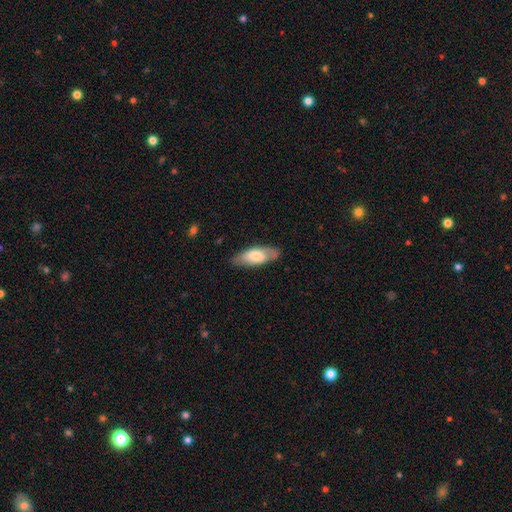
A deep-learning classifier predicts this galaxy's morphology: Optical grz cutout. It shows a smooth galaxy with no disk features (66%) that is in between round and cigar-shaped (76%). Merging: none (79%).